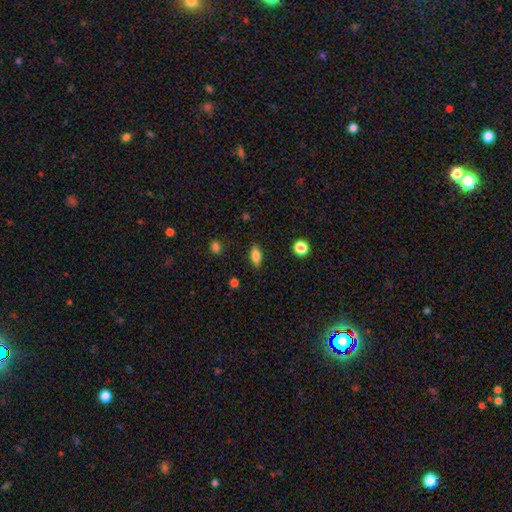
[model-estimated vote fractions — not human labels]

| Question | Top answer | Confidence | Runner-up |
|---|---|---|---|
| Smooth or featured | smooth | 75% | featured or disk (16%) |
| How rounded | in between | 77% | cigar-shaped (18%) |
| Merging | none | 86% | minor disturbance (10%) |